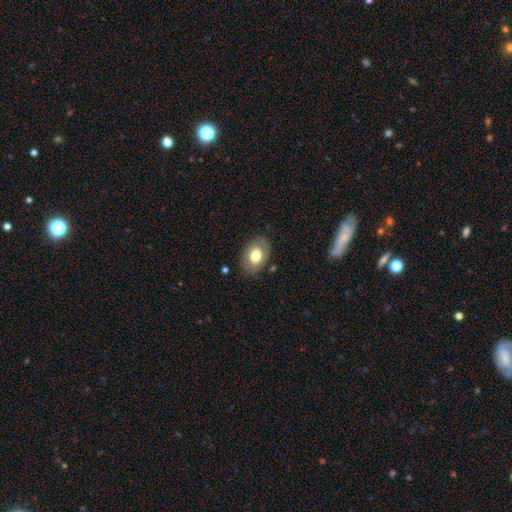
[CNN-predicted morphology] A smooth galaxy with no disk features (64%) that is in between round and cigar-shaped (79%). Merging: none (80%).